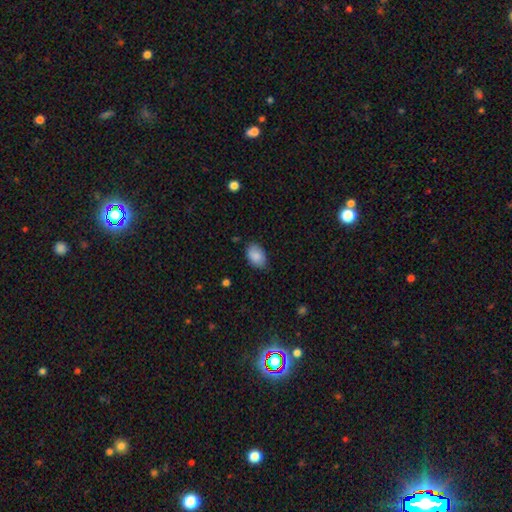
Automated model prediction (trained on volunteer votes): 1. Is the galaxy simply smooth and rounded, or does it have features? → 88% smooth, 7% star or artifact, 6% featured or disk.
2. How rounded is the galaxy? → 86% in between, 13% round, 1% cigar-shaped.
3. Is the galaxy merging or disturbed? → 77% none, 19% minor disturbance, 3% major disturbance, 1% merger.